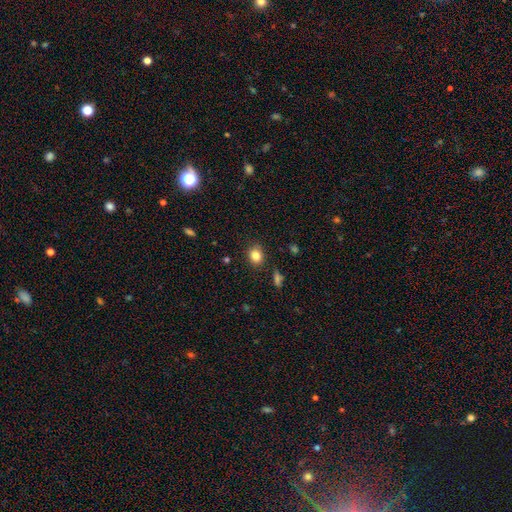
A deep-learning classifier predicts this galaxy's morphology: Q: Smooth or featured?
A: smooth (83%); runner-up: star or artifact (11%)
Q: How rounded?
A: round (58%); runner-up: in between (40%)
Q: Merging?
A: none (85%); runner-up: minor disturbance (10%)